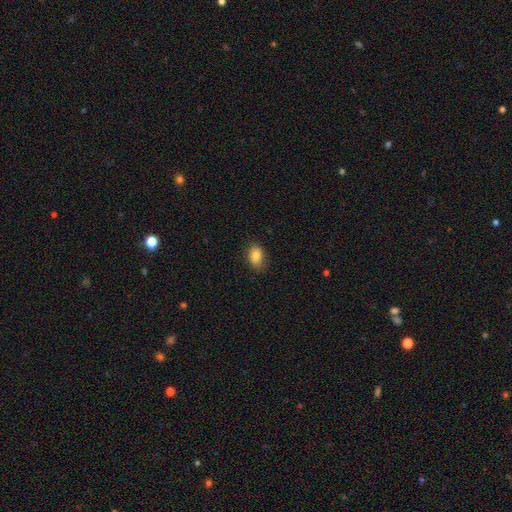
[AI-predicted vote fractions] Smooth or featured? smooth (84%)
How rounded? in between (86%)
Merging? none (83%)